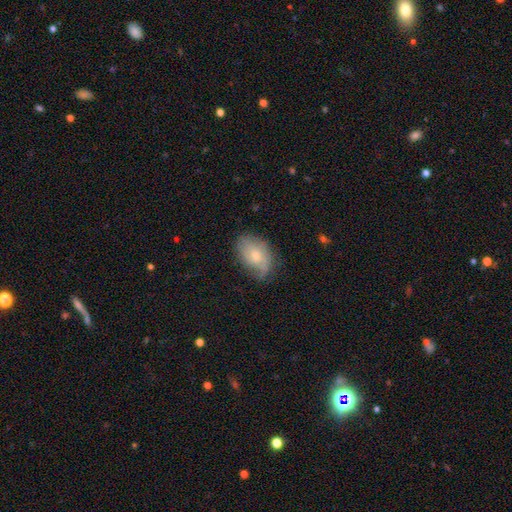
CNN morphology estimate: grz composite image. It shows a smooth galaxy with no disk features (49%). Merging: none (60%).